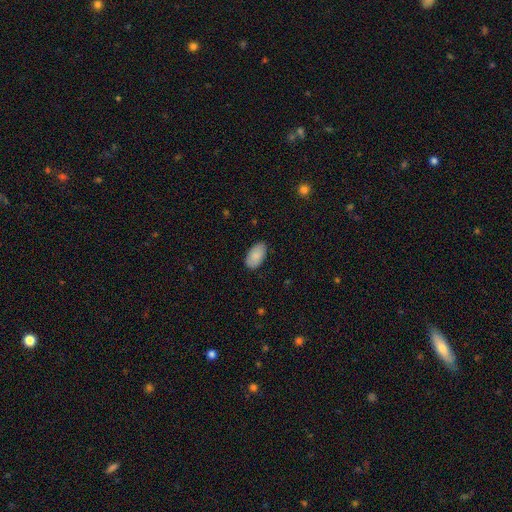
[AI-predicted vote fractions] smooth 88%, star or artifact 6%, featured or disk 6%. Down the decision tree: how rounded — in between (96%); merging — none (83%).